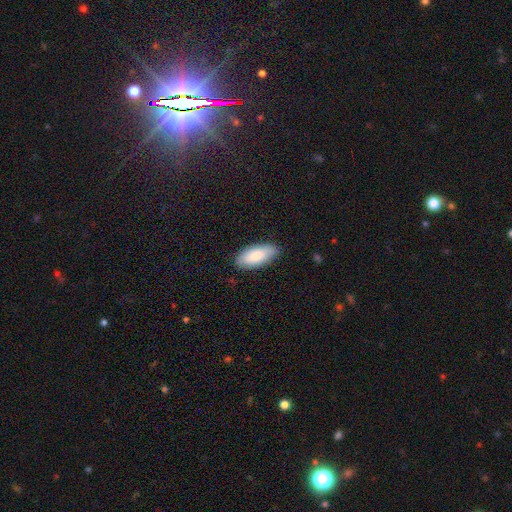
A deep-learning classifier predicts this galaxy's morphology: Smooth or featured: smooth — 86% (featured or disk — 9%)
How rounded: in between — 89% (cigar-shaped — 9%)
Merging: none — 85% (minor disturbance — 11%)